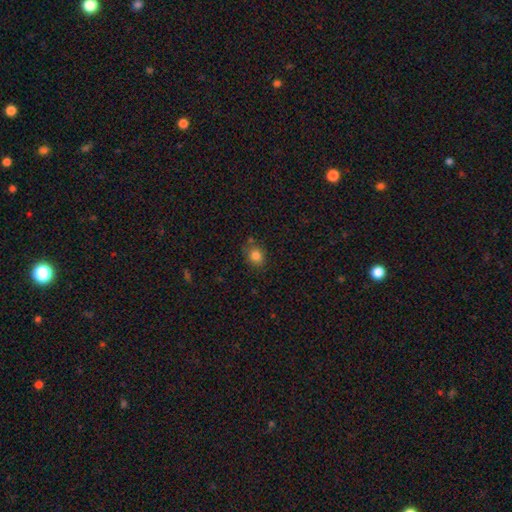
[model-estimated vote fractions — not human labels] Smooth or featured? smooth (83%)
How rounded? round (68%)
Merging? none (72%)